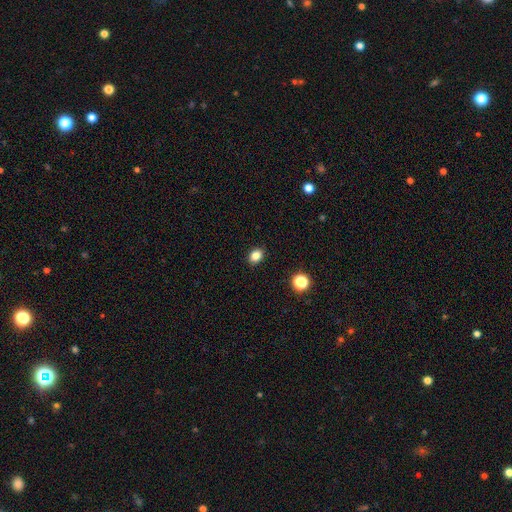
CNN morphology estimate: A smooth galaxy with no disk features (83%) that is in between round and cigar-shaped (61%). Merging: none (90%).